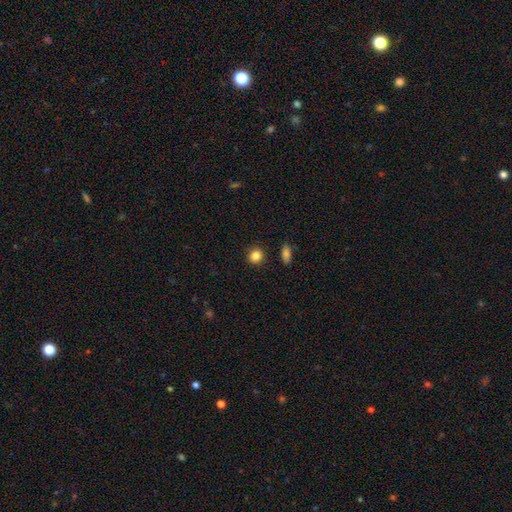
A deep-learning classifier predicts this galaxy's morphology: Smooth or featured?
  - smooth: 85% *
  - star or artifact: 10%
  - featured or disk: 5%
How rounded?
  - round: 85% *
  - in between: 14%
  - cigar-shaped: 1%
Merging?
  - none: 89% *
  - minor disturbance: 7%
  - merger: 2%
  - major disturbance: 2%